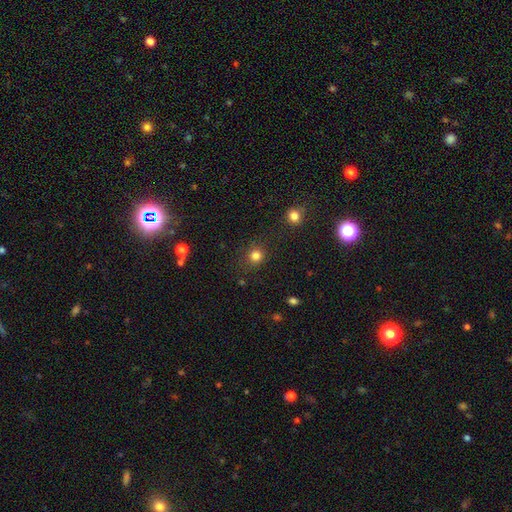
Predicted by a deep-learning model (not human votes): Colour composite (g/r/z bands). It shows a smooth galaxy with no disk features (82%) that is round (88%). Merging: none (84%).